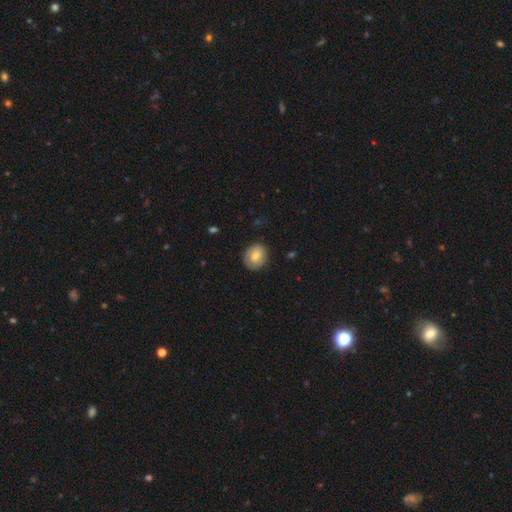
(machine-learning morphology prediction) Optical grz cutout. It shows a smooth galaxy with no disk features (69%) that is round (63%). Merging: none (82%).